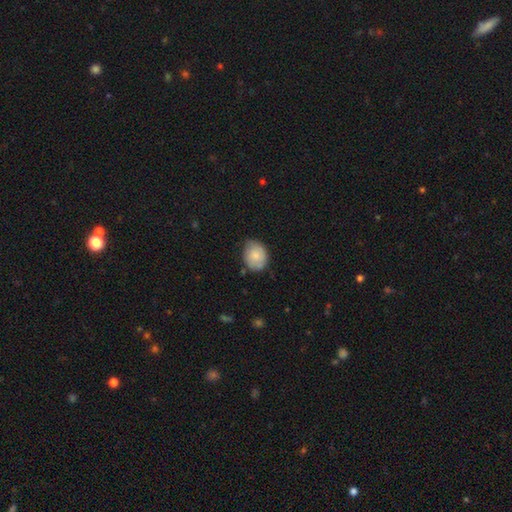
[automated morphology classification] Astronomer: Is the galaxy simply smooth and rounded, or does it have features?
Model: smooth — 78%.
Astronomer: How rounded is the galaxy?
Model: round — 52% (runner-up: in between, 47%).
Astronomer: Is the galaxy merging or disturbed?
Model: none — 63%.